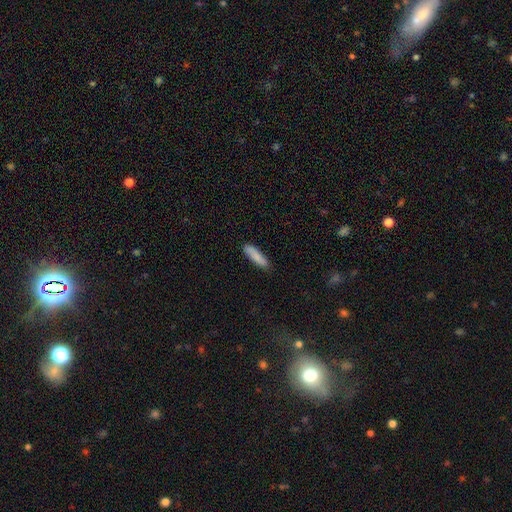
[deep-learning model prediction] Smooth or featured? smooth (86%)
How rounded? cigar-shaped (66%)
Merging? none (85%)